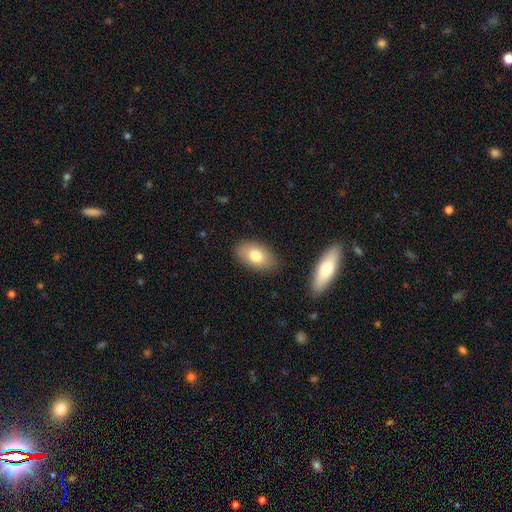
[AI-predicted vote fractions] Smooth or featured? smooth (76%)
How rounded? in between (91%)
Merging? none (83%)